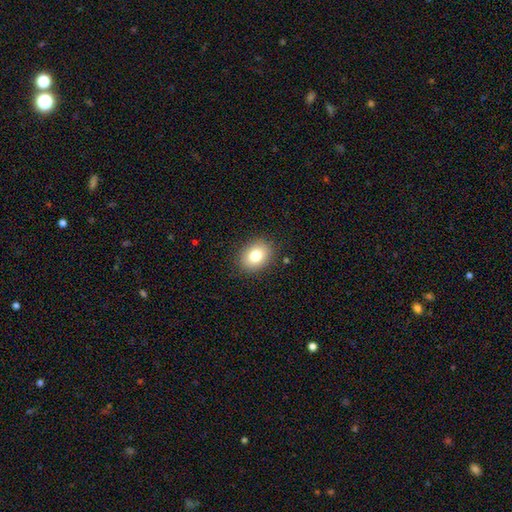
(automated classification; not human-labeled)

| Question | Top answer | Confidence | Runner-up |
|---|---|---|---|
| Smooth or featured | smooth | 80% | featured or disk (10%) |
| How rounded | in between | 57% | round (42%) |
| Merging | none | 87% | minor disturbance (9%) |